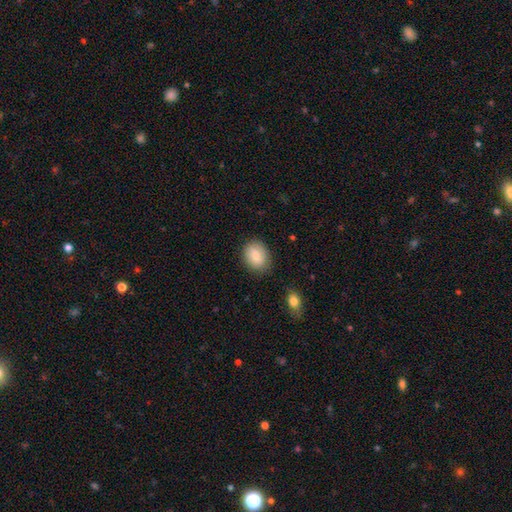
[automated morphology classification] This appears to be a smooth galaxy with no disk features (81%) that is in between round and cigar-shaped (55%). Merging: none (82%).